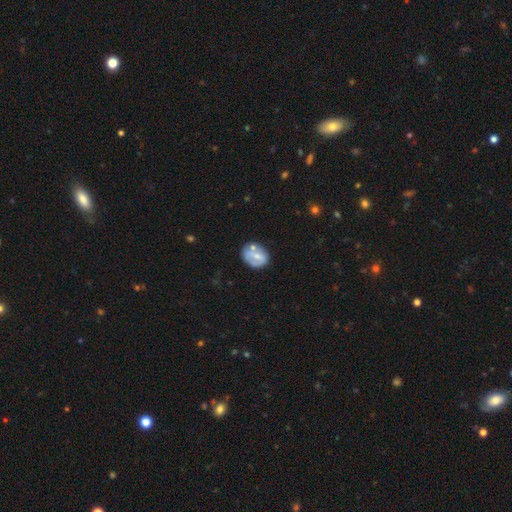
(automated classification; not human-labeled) This appears to be a smooth galaxy with no disk features (51%) that is round (50%). Merging: none (57%).